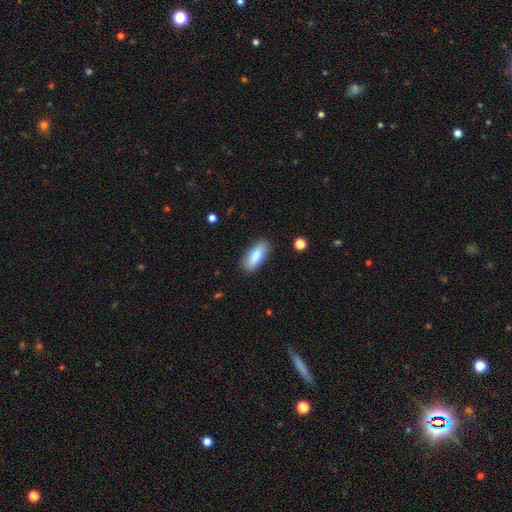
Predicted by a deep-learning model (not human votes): Overall: smooth (79%). How rounded: in between (82%). Merging: none (86%).